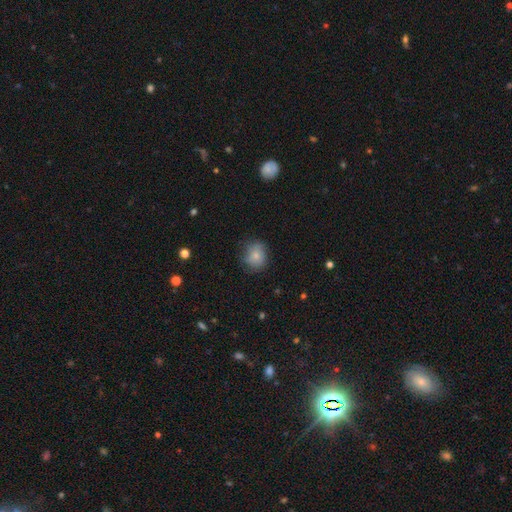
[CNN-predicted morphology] A smooth galaxy with no disk features (80%) that is round (71%). Merging: none (67%).